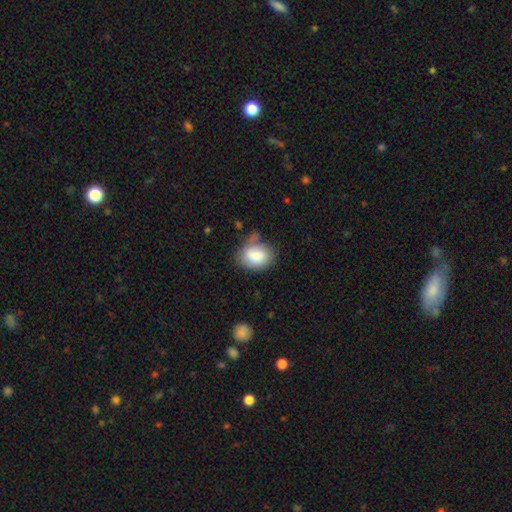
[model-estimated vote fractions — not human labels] smooth_or_featured: smooth (p=0.84) [alt: featured or disk p=0.09]
how_rounded: in between (p=0.70) [alt: round p=0.29]
merging: none (p=0.49) [alt: minor disturbance p=0.30]